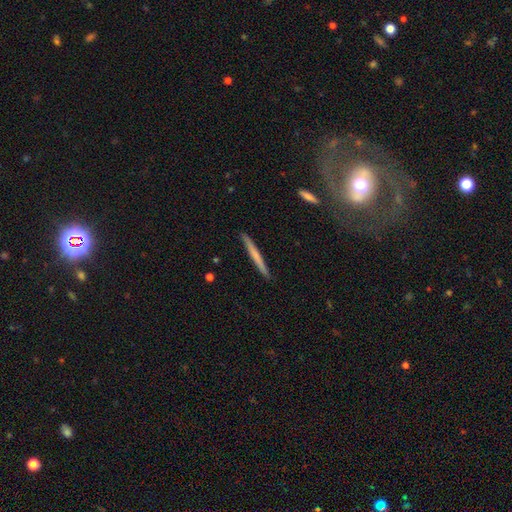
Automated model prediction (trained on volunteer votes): smooth_or_featured: smooth (p=0.50) [alt: featured or disk p=0.44]
merging: none (p=0.91) [alt: minor disturbance p=0.06]